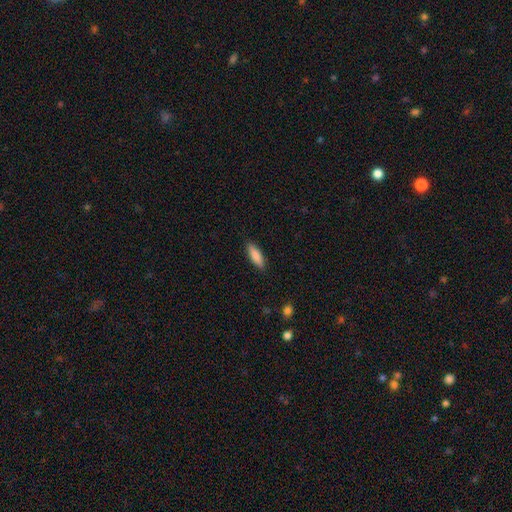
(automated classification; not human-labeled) Smooth or featured? smooth (84%)
How rounded? cigar-shaped (55%)
Merging? none (89%)